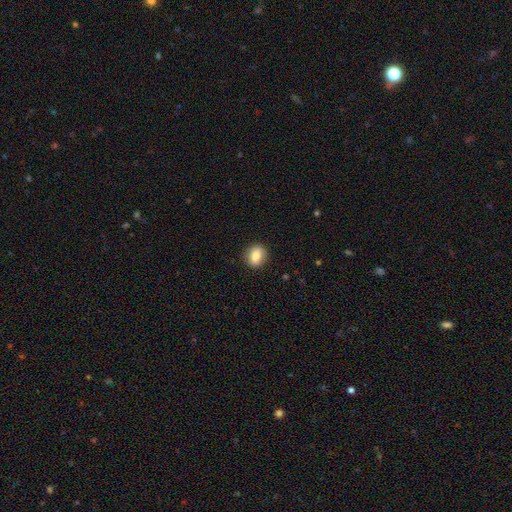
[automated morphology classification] type=smooth (78%); roundness=round (63%); merging=none (87%).